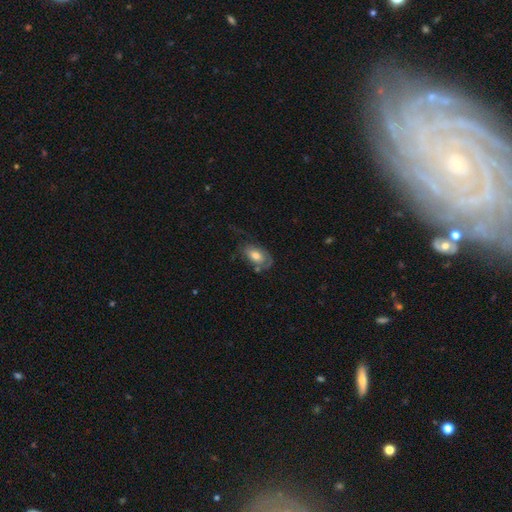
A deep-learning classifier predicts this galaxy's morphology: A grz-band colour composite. It shows a smooth galaxy with no disk features (57%) that is in between round and cigar-shaped (91%). Merging: none (46%).